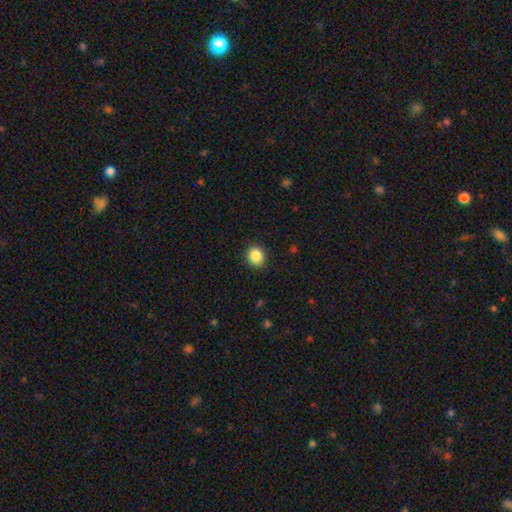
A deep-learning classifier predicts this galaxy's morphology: smooth_or_featured: smooth (p=0.87) [alt: star or artifact p=0.09]
how_rounded: round (p=0.87) [alt: in between p=0.12]
merging: none (p=0.91) [alt: minor disturbance p=0.06]